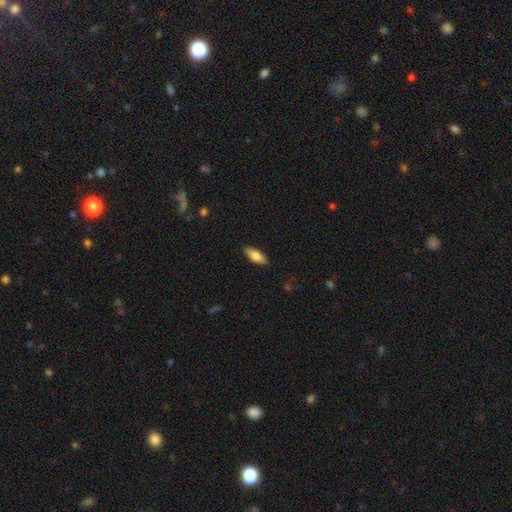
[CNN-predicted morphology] smooth-or-featured: smooth: 77% | featured or disk: 17% | star or artifact: 6%
  how-rounded: in between: 72% | cigar-shaped: 26% | round: 2%
  merging: none: 88% | minor disturbance: 9% | major disturbance: 2% | merger: 1%